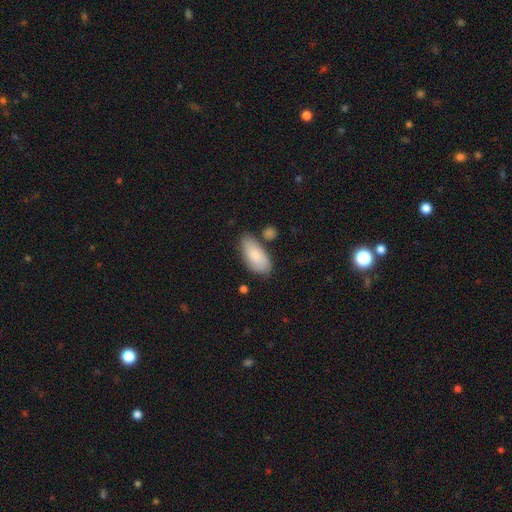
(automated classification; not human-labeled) Smooth or featured: smooth — 81% (featured or disk — 14%)
How rounded: in between — 90% (cigar-shaped — 7%)
Merging: none — 67% (minor disturbance — 21%)